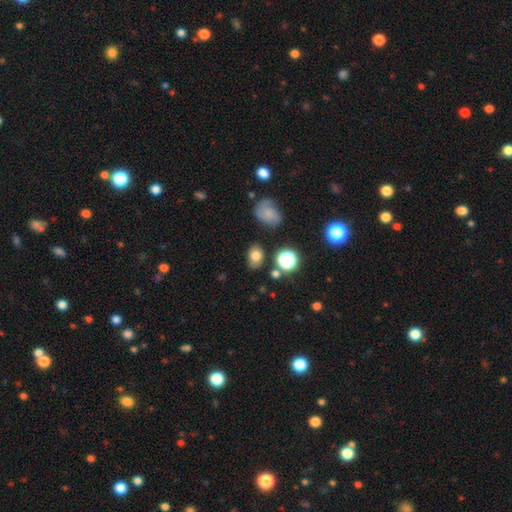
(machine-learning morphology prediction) Smooth or featured? smooth (75%)
How rounded? in between (74%)
Merging? none (76%)